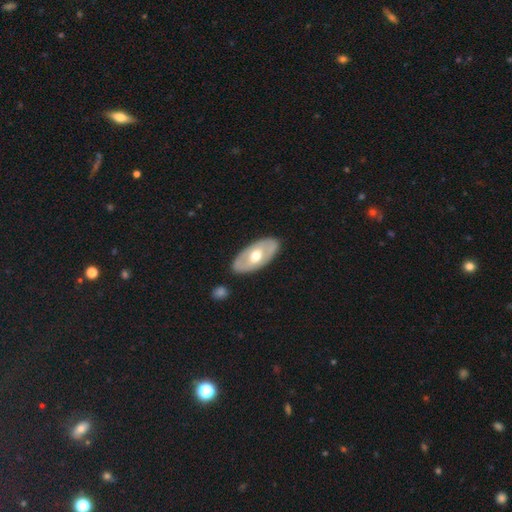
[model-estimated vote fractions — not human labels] Overall: featured or disk (56%; smooth 40%). Edge-on disk: no (85%). Merging: none (85%).